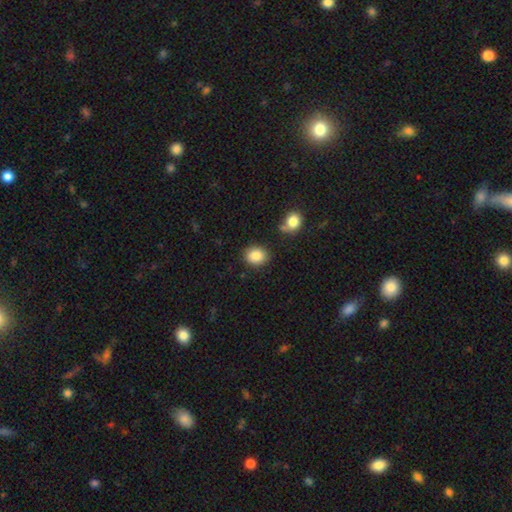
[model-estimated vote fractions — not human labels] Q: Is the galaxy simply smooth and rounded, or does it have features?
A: smooth — 87%.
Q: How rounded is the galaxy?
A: round — 59%.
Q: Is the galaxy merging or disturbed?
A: none — 83%.